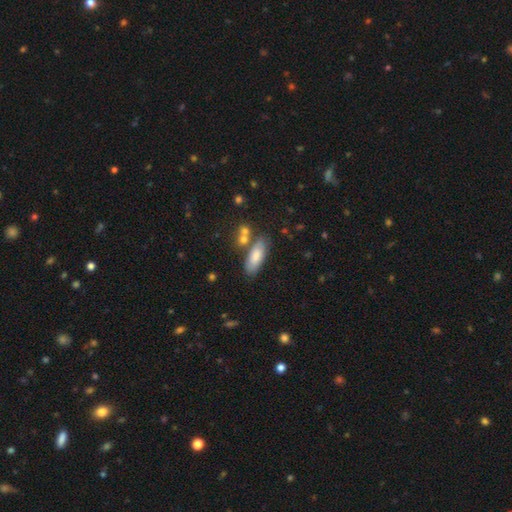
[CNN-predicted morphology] smooth_or_featured: smooth (p=0.79) [alt: featured or disk p=0.15]
how_rounded: in between (p=0.68) [alt: cigar-shaped p=0.30]
merging: none (p=0.70) [alt: minor disturbance p=0.14]